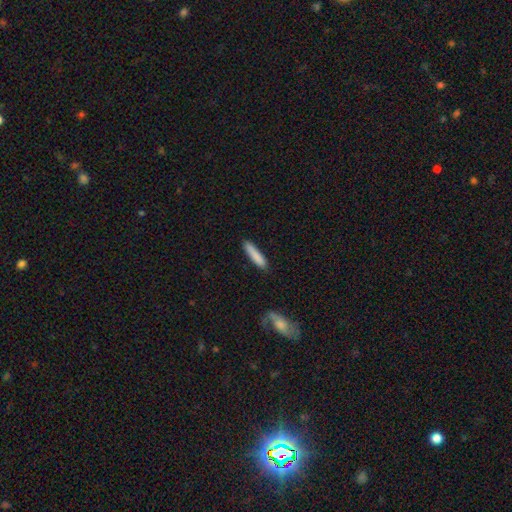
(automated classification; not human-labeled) A smooth galaxy with no disk features (85%) that is cigar-shaped (86%).

Vote fractions:
- Smooth or featured? smooth: 85% / featured or disk: 10% / star or artifact: 6%
- How rounded? cigar-shaped: 86% / in between: 12% / round: 1%
- Merging? none: 84% / minor disturbance: 11% / major disturbance: 3% / merger: 2%